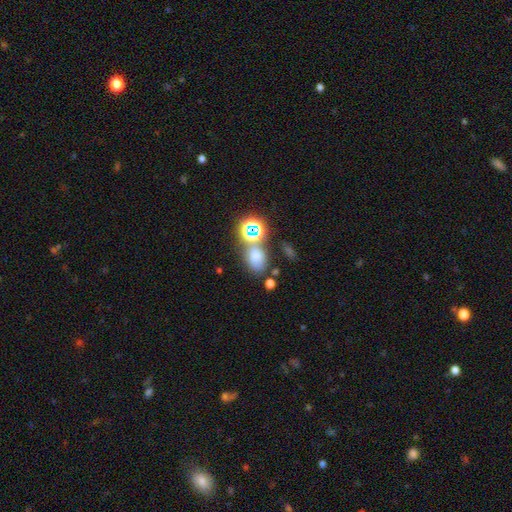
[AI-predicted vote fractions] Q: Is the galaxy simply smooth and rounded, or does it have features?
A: smooth — 62%.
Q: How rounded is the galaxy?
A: in between — 64%.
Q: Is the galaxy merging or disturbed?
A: none — 60%.